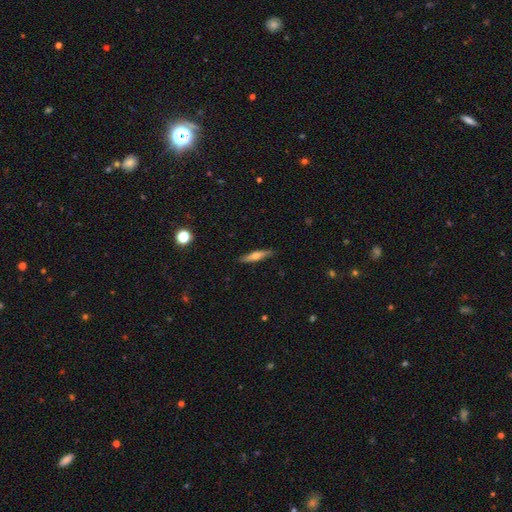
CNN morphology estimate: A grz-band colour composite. It shows a smooth galaxy with no disk features (50%). Merging: none (88%).